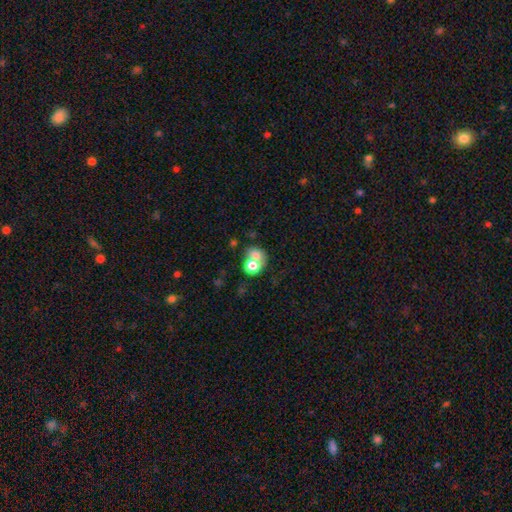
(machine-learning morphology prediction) smooth-or-featured: smooth: 69% | featured or disk: 18% | star or artifact: 13%
  how-rounded: round: 56% | in between: 43% | cigar-shaped: 1%
  merging: merger: 54% | none: 29% | minor disturbance: 9% | major disturbance: 7%